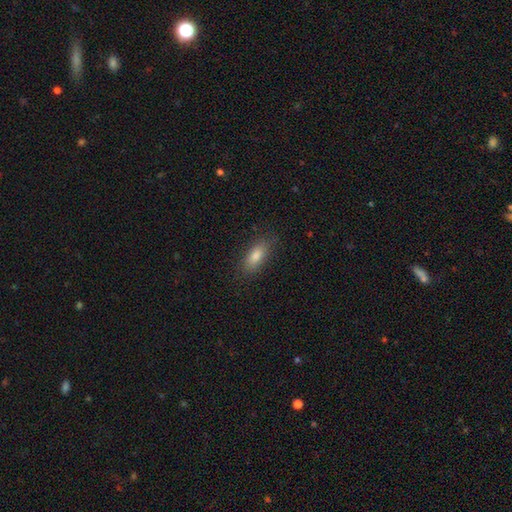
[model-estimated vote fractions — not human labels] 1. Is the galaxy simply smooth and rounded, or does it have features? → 80% smooth, 11% featured or disk, 9% star or artifact.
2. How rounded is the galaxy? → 76% in between, 21% cigar-shaped, 3% round.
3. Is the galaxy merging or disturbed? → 84% none, 12% minor disturbance, 3% major disturbance, 1% merger.